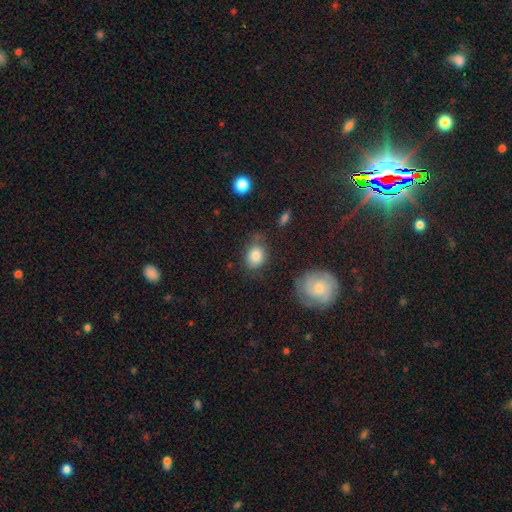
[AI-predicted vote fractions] This appears to be a smooth galaxy with no disk features (84%) that is in between round and cigar-shaped (54%). Merging: none (60%).